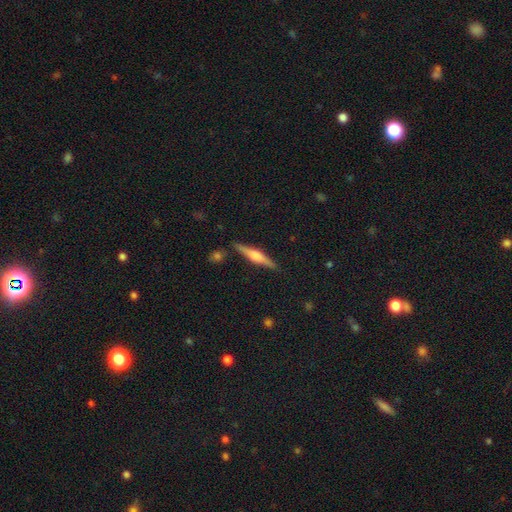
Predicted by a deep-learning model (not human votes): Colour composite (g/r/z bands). It shows a featured or disk galaxy (67%) viewed edge-on (98%) with a rounded central bulge (72%). Merging: none (87%).